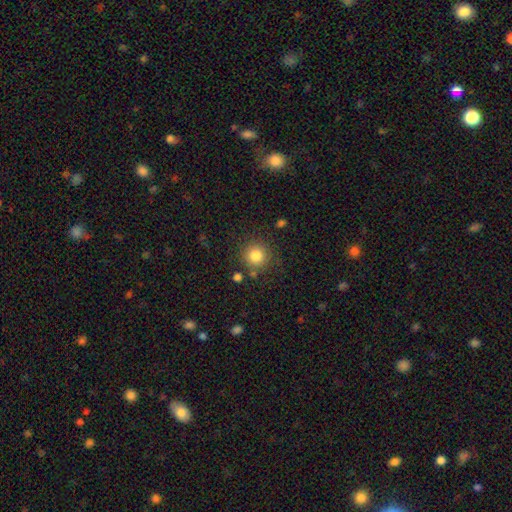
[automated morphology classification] smooth-or-featured: smooth: 82% | star or artifact: 11% | featured or disk: 6%
  how-rounded: round: 93% | in between: 6% | cigar-shaped: 1%
  merging: none: 82% | minor disturbance: 9% | merger: 5% | major disturbance: 4%